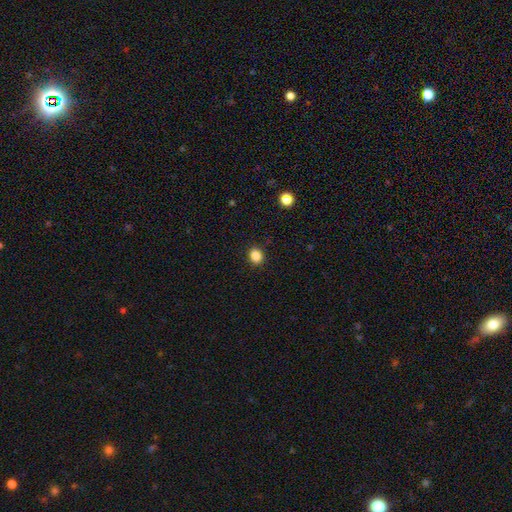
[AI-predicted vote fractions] Smooth or featured? Predicted: smooth (p=0.85). How rounded? Predicted: round (p=0.64). Merging? Predicted: none (p=0.89).